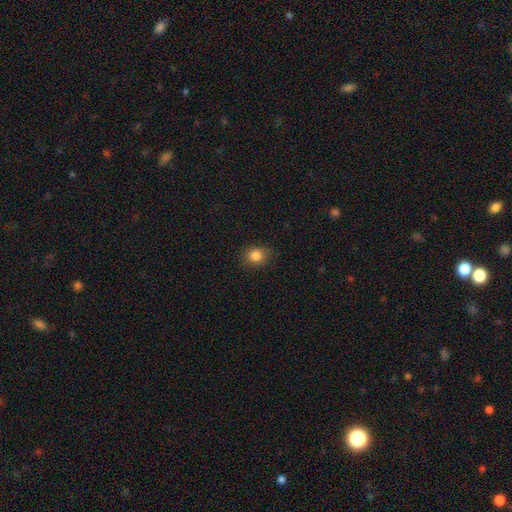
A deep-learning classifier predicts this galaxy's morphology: This is clearly a smooth galaxy (84%). How rounded: likely round (69%). Merging: clearly none (86%).